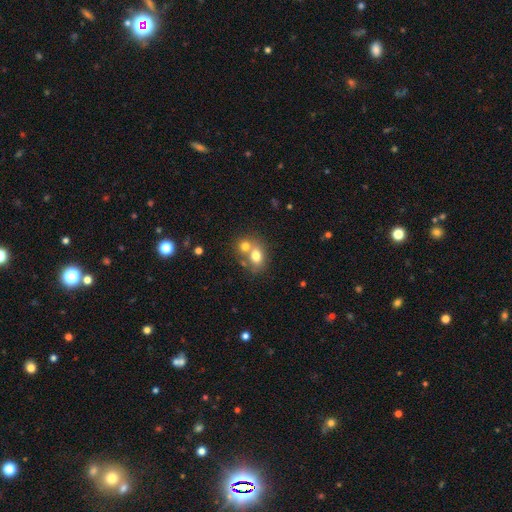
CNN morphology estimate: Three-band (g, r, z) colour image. It shows a smooth galaxy with no disk features (73%) that is in between round and cigar-shaped (56%). Merging: merger (54%).